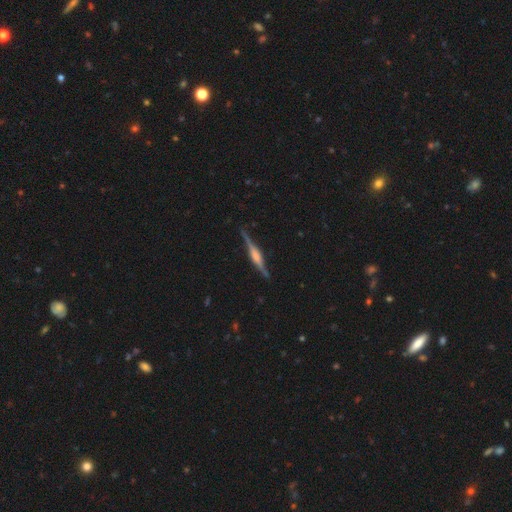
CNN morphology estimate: A featured or disk galaxy (83%) viewed edge-on (98%) with a rounded central bulge (55%).

Vote fractions:
- Smooth or featured? featured or disk: 83% / smooth: 12% / star or artifact: 6%
- Edge-on disk? yes: 98% / no: 2%
- Edge-on bulge? rounded: 55% / boxy: 39% / none: 6%
- Merging? none: 87% / minor disturbance: 10% / major disturbance: 2% / merger: 1%